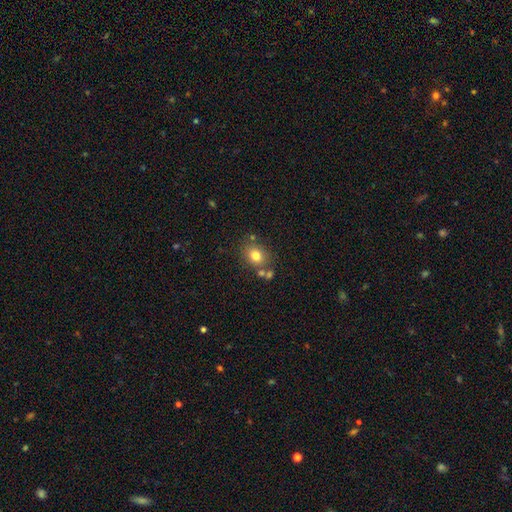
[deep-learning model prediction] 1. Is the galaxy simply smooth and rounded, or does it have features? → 78% smooth, 12% star or artifact, 10% featured or disk.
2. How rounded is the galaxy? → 63% round, 37% in between, 1% cigar-shaped.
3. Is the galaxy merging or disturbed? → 72% none, 12% minor disturbance, 12% merger, 4% major disturbance.